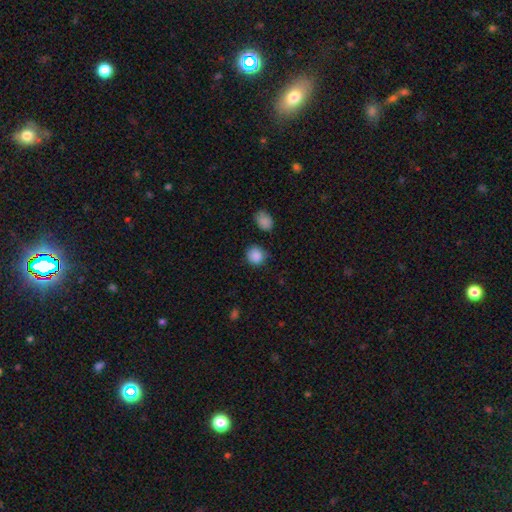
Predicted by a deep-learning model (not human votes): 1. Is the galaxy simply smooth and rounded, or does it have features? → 88% smooth, 9% star or artifact, 3% featured or disk.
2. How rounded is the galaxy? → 87% round, 12% in between, 1% cigar-shaped.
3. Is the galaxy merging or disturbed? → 78% none, 15% minor disturbance, 4% major disturbance, 4% merger.